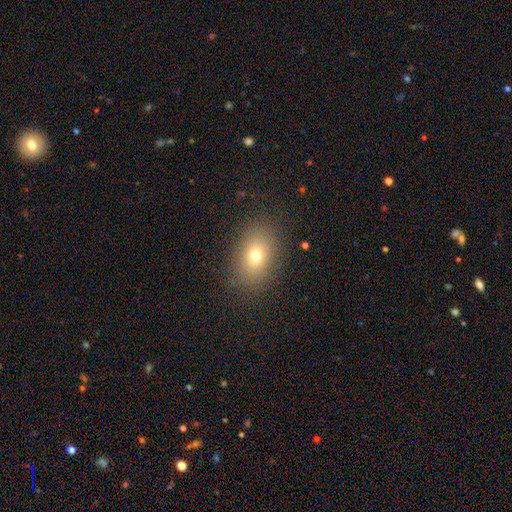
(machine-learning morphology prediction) Smooth or featured?
  - smooth: 72% *
  - star or artifact: 14%
  - featured or disk: 14%
How rounded?
  - in between: 73% *
  - round: 26%
  - cigar-shaped: 2%
Merging?
  - none: 85% *
  - minor disturbance: 10%
  - major disturbance: 4%
  - merger: 1%